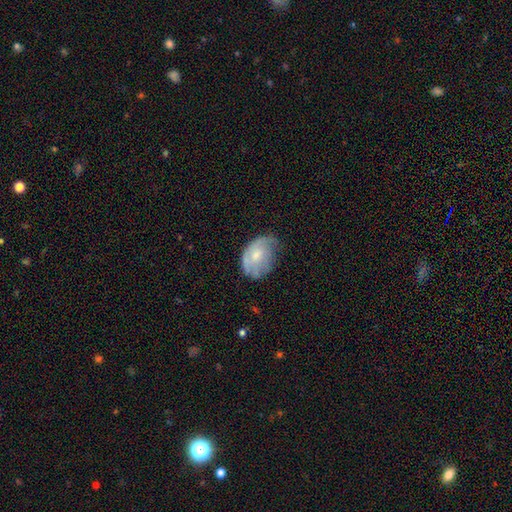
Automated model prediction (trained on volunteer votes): Smooth or featured? Predicted: smooth (p=0.47). Merging? Predicted: none (p=0.41).